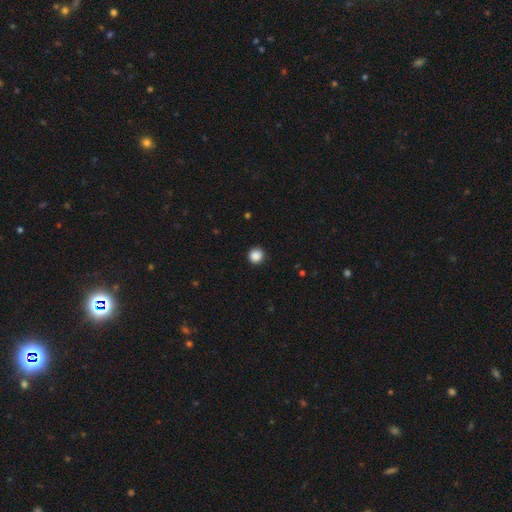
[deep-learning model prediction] smooth 88%, star or artifact 10%, featured or disk 2%. Down the decision tree: how rounded — round (95%); merging — none (92%).